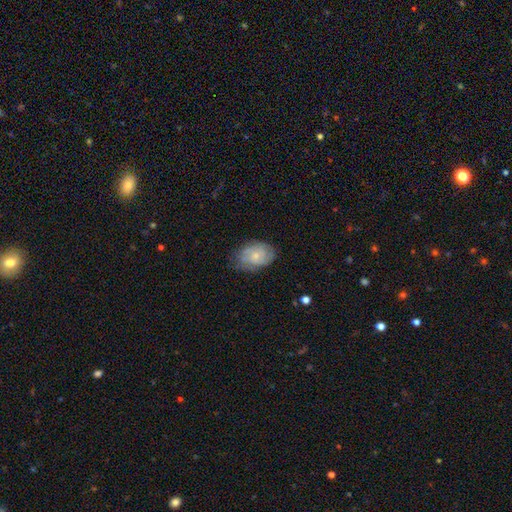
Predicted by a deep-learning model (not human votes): Smooth or featured?
  - smooth: 53% *
  - featured or disk: 40%
  - star or artifact: 7%
How rounded?
  - in between: 81% *
  - round: 17%
  - cigar-shaped: 1%
Merging?
  - none: 69% *
  - minor disturbance: 23%
  - major disturbance: 7%
  - merger: 1%